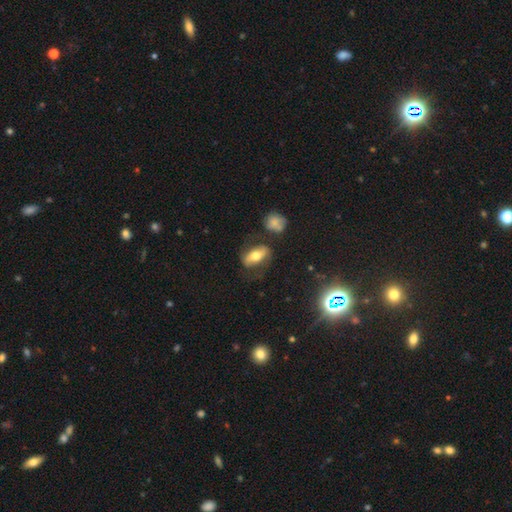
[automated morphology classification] Smooth or featured: smooth — 55% (featured or disk — 37%)
How rounded: in between — 81% (cigar-shaped — 12%)
Merging: none — 63% (minor disturbance — 19%)